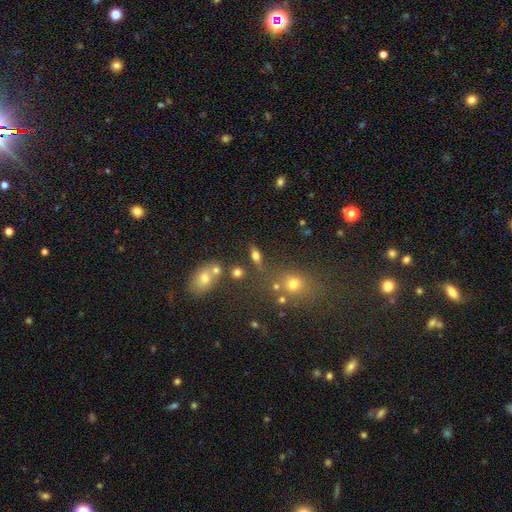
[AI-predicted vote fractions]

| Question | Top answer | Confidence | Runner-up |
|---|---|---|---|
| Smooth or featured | smooth | 65% | featured or disk (20%) |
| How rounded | in between | 65% | round (23%) |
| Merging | none | 67% | minor disturbance (14%) |